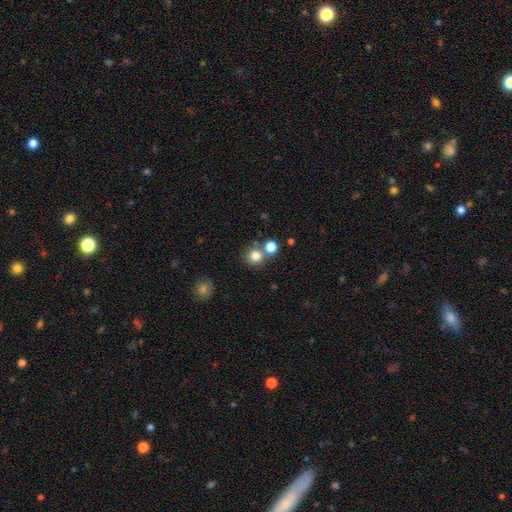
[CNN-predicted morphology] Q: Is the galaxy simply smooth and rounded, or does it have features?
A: smooth — 80%.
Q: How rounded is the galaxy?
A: round — 87%.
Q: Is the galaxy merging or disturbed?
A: none — 61%.